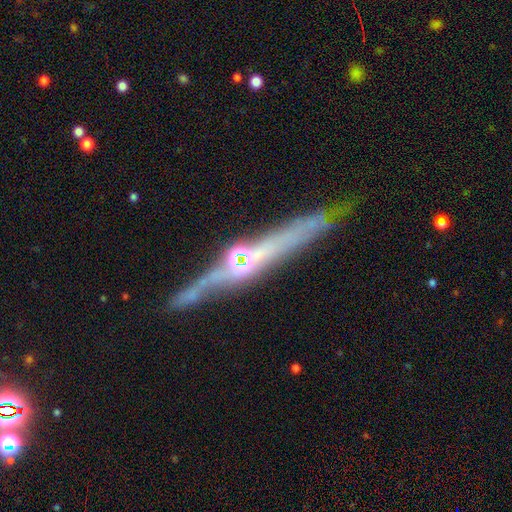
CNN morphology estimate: This is clearly a featured or disk galaxy (81%). It is clearly viewed edge-on (96%). Edge-on bulge: likely rounded (69%). Merging: likely none (79%).